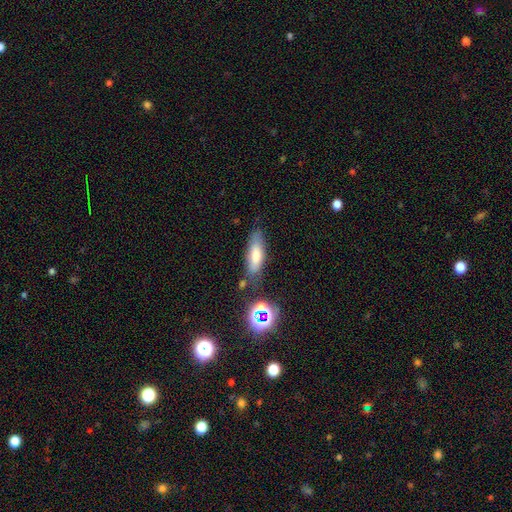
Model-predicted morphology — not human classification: Overall: smooth (71%). How rounded: in between (55%; cigar-shaped 42%). Merging: none (65%).